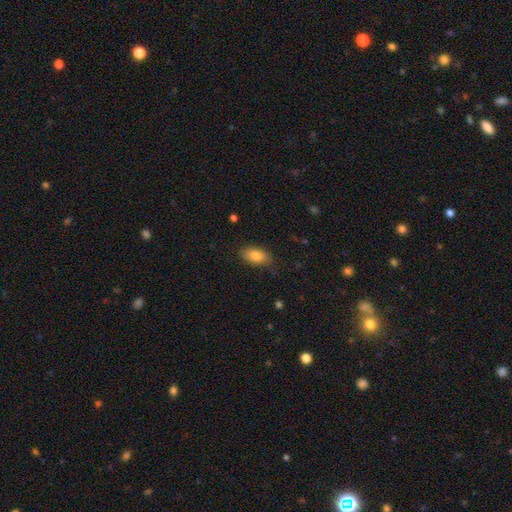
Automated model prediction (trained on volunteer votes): The model was most divided on "merging": none: 80%, minor disturbance: 16%, major disturbance: 3%, merger: 1%. More confident: how rounded — in between (91%); smooth or featured — smooth (83%).